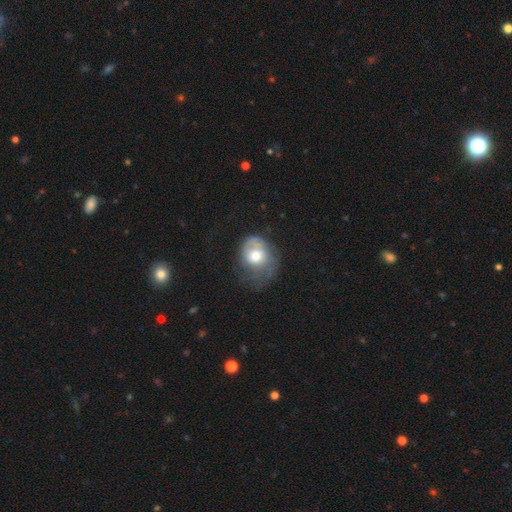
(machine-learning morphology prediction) Smooth or featured: smooth — 49% (featured or disk — 43%)
Merging: major disturbance — 39% (none — 30%)